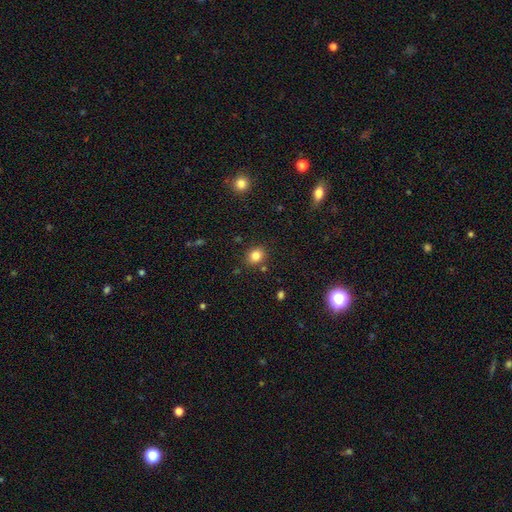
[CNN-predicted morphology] smooth-or-featured: smooth: 82% | star or artifact: 12% | featured or disk: 6%
  how-rounded: round: 68% | in between: 32% | cigar-shaped: 1%
  merging: none: 84% | minor disturbance: 9% | merger: 4% | major disturbance: 3%